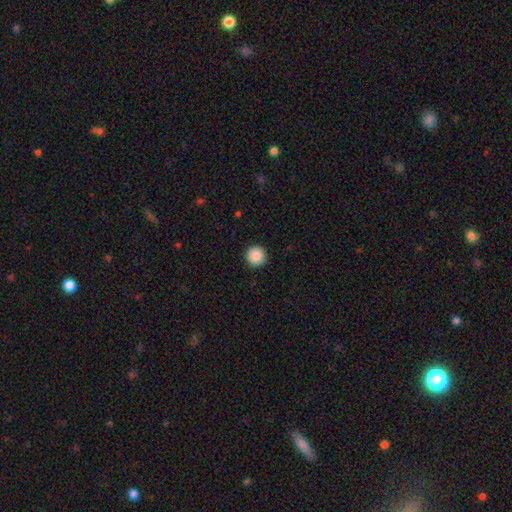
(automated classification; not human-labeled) This is clearly a smooth galaxy (89%). How rounded: clearly round (96%). Merging: clearly none (93%).